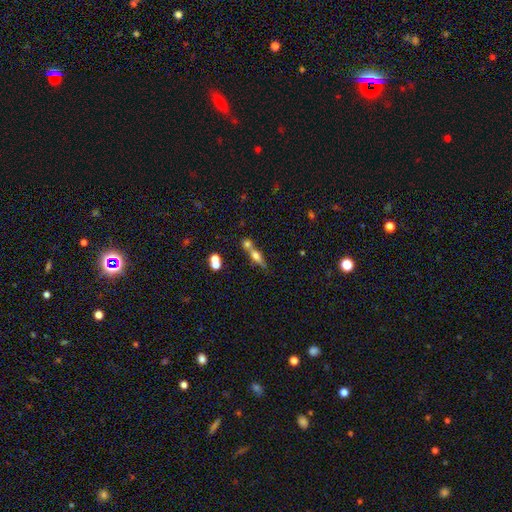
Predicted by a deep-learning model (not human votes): smooth_or_featured: featured or disk (p=0.47) [alt: smooth p=0.42]
merging: none (p=0.51) [alt: merger p=0.34]